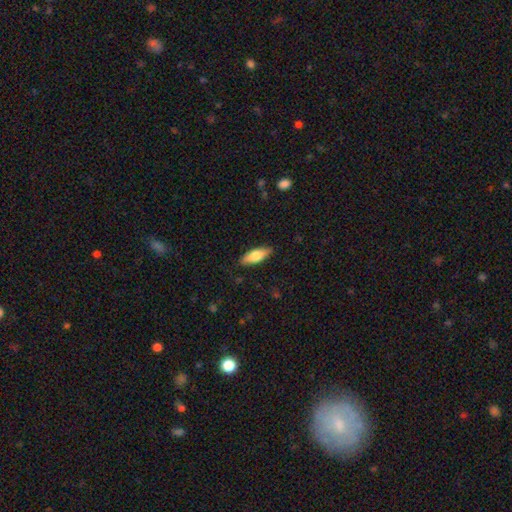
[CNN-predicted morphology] type=smooth (73%); roundness=in between (68%); merging=none (88%).